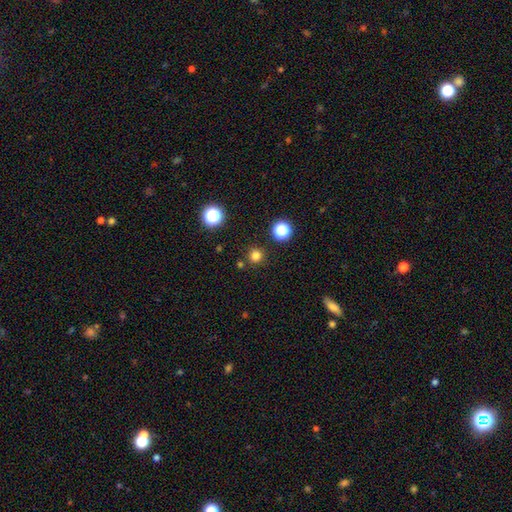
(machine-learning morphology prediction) A smooth galaxy with no disk features (77%) that is round (95%).

Vote fractions:
- Smooth or featured? smooth: 77% / star or artifact: 18% / featured or disk: 5%
- How rounded? round: 95% / in between: 4% / cigar-shaped: 1%
- Merging? none: 88% / minor disturbance: 6% / merger: 3% / major disturbance: 2%